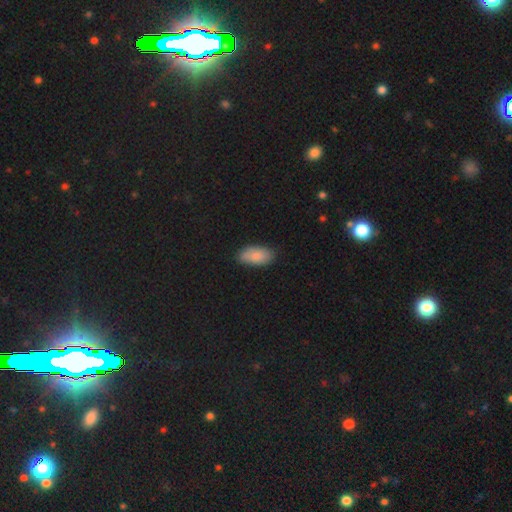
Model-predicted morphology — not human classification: smooth-or-featured: smooth: 84% | featured or disk: 9% | star or artifact: 6%
  how-rounded: in between: 93% | cigar-shaped: 5% | round: 2%
  merging: none: 80% | minor disturbance: 16% | major disturbance: 3% | merger: 1%